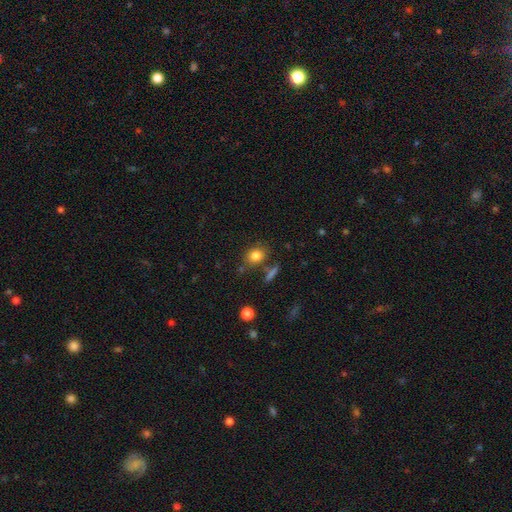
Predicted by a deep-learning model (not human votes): Smooth or featured?
  - smooth: 82% *
  - star or artifact: 11%
  - featured or disk: 7%
How rounded?
  - round: 52% *
  - in between: 46%
  - cigar-shaped: 2%
Merging?
  - none: 74% *
  - minor disturbance: 14%
  - merger: 8%
  - major disturbance: 4%